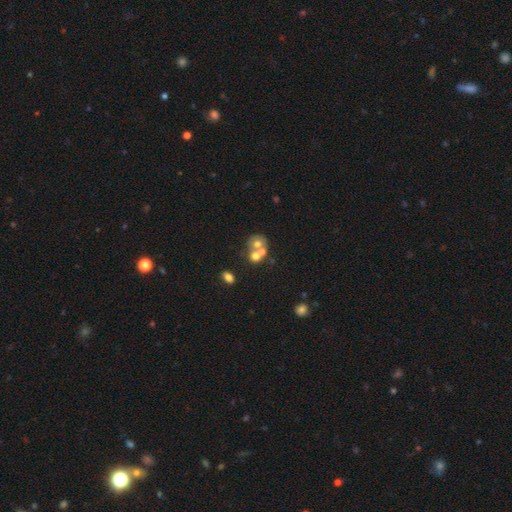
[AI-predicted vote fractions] A smooth galaxy with no disk features (56%) that is round (68%).

Vote fractions:
- Smooth or featured? smooth: 56% / featured or disk: 31% / star or artifact: 13%
- How rounded? round: 68% / in between: 31% / cigar-shaped: 1%
- Merging? merger: 58% / none: 29% / minor disturbance: 8% / major disturbance: 5%